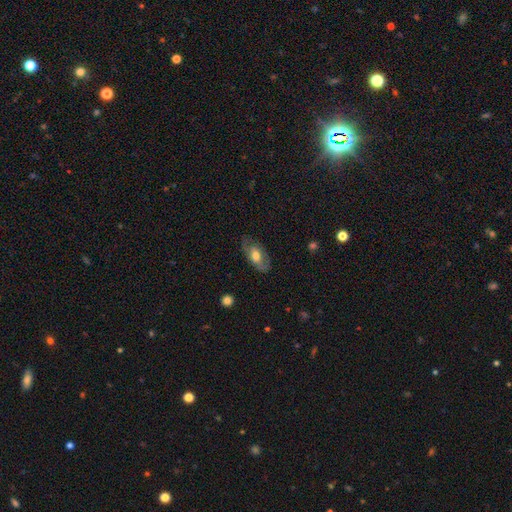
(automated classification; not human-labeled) This is possibly a smooth galaxy (52%). How rounded: clearly in between (90%). Merging: likely none (73%).